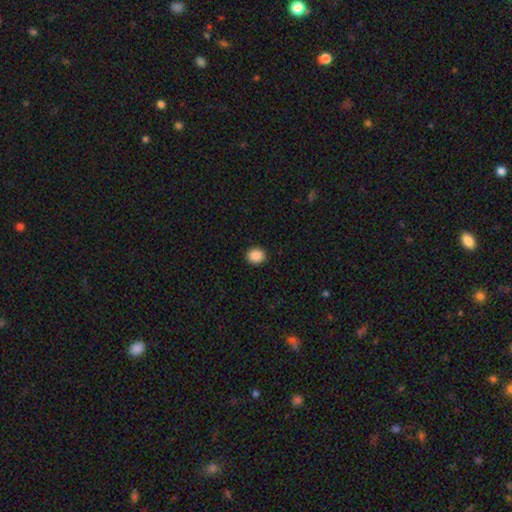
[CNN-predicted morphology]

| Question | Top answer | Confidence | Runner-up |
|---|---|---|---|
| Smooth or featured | smooth | 89% | star or artifact (9%) |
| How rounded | round | 73% | in between (26%) |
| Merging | none | 91% | minor disturbance (6%) |